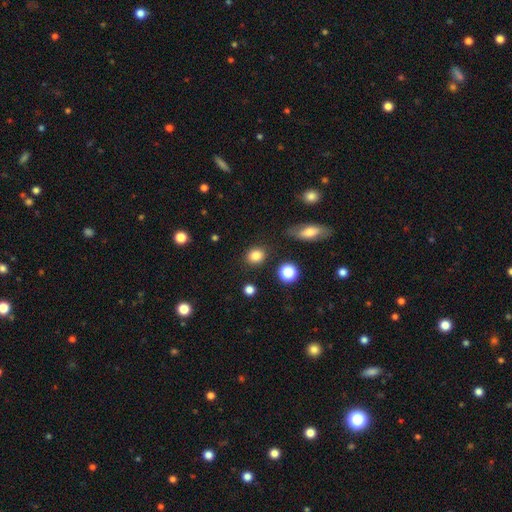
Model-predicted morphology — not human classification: A smooth galaxy with no disk features (84%) that is round (72%). Merging: none (86%).